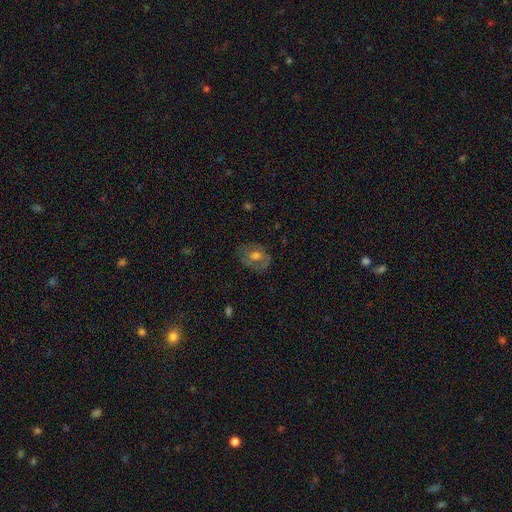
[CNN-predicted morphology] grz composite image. It shows a smooth galaxy with no disk features (54%) that is round (52%). Merging: none (70%).